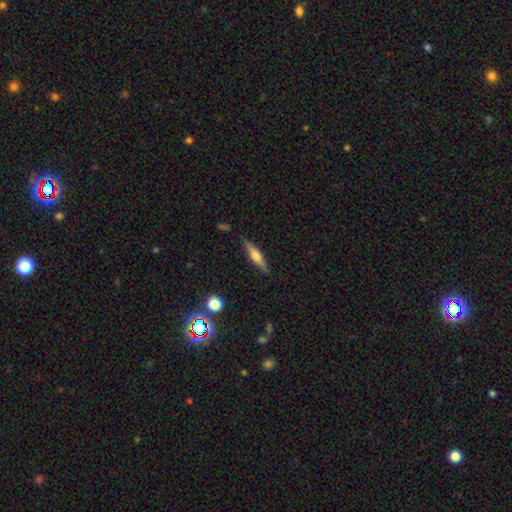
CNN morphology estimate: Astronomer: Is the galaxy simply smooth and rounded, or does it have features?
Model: featured or disk — 55% (runner-up: smooth, 38%).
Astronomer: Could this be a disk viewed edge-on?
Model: yes — 95%.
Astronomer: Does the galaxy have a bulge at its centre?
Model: rounded — 81%.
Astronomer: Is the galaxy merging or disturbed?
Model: none — 87%.